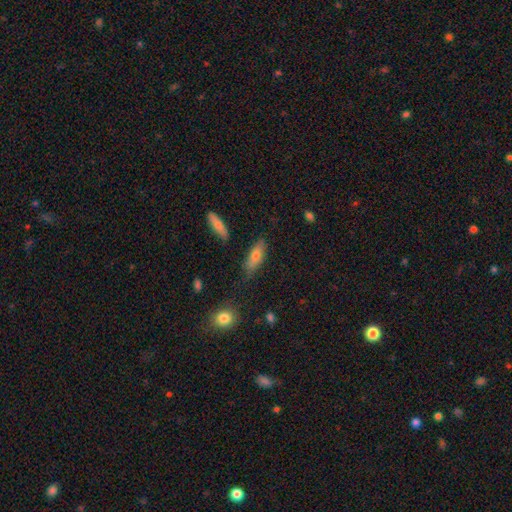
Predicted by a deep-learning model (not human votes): Overall: smooth (68%). How rounded: in between (57%; cigar-shaped 40%). Merging: none (73%).